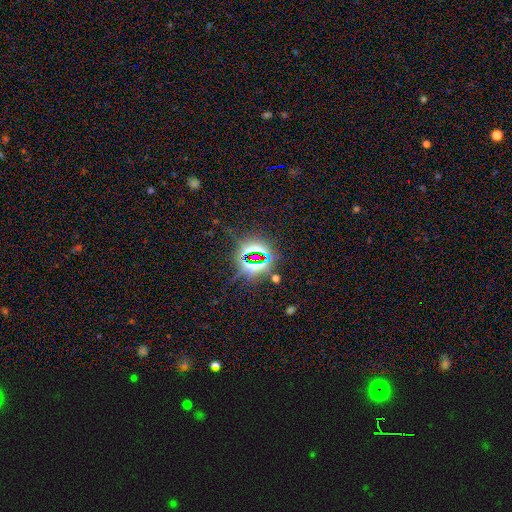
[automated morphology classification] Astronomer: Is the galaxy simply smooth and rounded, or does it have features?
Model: star or artifact — 77%.